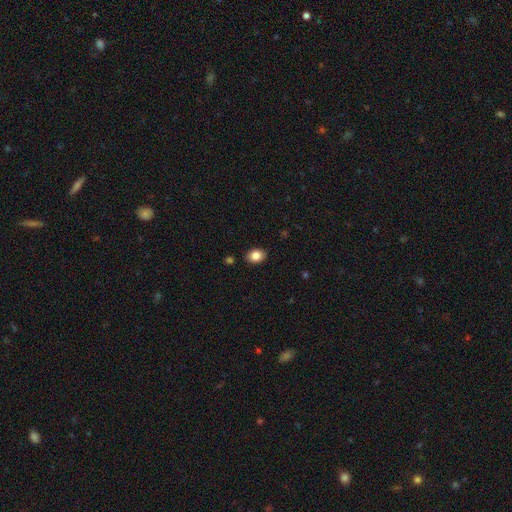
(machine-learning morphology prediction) A smooth galaxy with no disk features (85%) that is in between round and cigar-shaped (68%).

Vote fractions:
- Smooth or featured? smooth: 85% / star or artifact: 9% / featured or disk: 6%
- How rounded? in between: 68% / round: 31% / cigar-shaped: 1%
- Merging? none: 87% / minor disturbance: 9% / major disturbance: 2% / merger: 2%